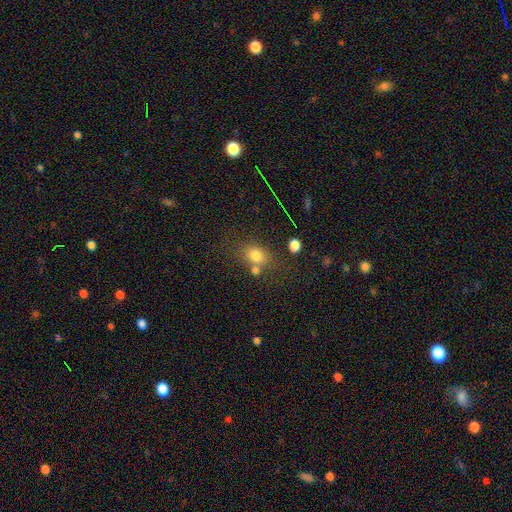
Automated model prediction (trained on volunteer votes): smooth_or_featured: smooth (p=0.74) [alt: star or artifact p=0.14]
how_rounded: in between (p=0.52) [alt: round p=0.46]
merging: none (p=0.56) [alt: merger p=0.23]